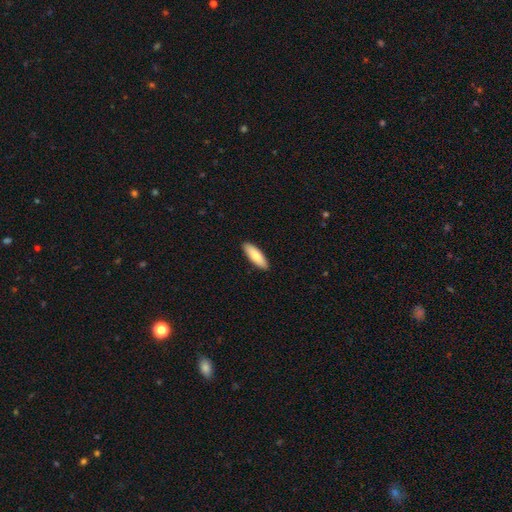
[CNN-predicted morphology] Smooth or featured? Predicted: smooth (p=0.82). How rounded? Predicted: in between (p=0.52). Merging? Predicted: none (p=0.91).